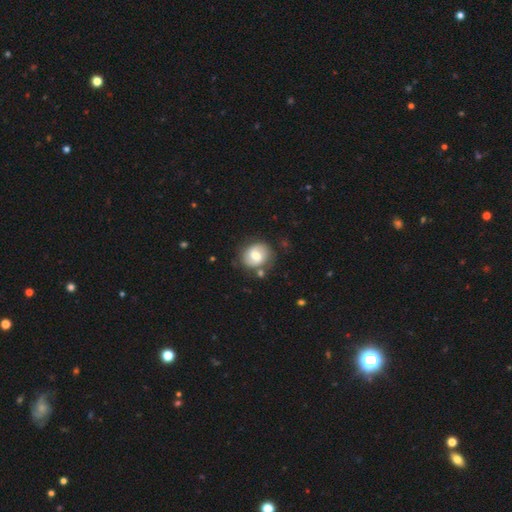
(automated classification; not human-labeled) A smooth galaxy with no disk features (51%) that is round (68%). Merging: none (74%).